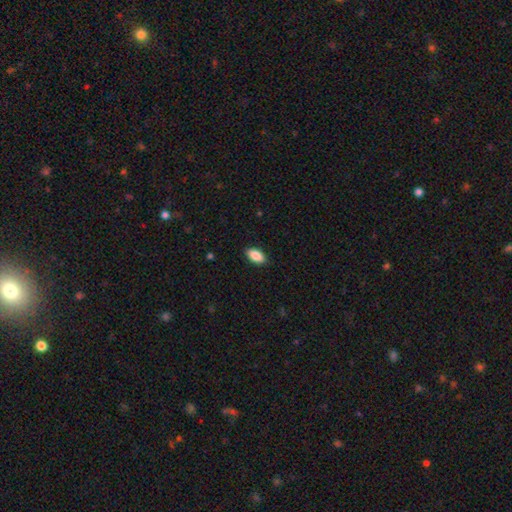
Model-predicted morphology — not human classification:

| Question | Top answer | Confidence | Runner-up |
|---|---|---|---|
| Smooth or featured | smooth | 89% | star or artifact (7%) |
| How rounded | in between | 93% | cigar-shaped (4%) |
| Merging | none | 89% | minor disturbance (9%) |